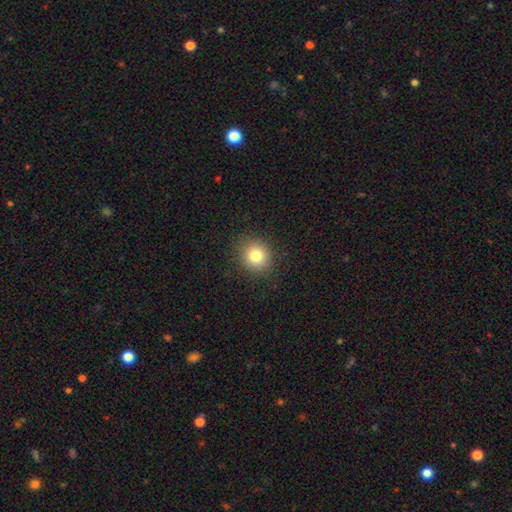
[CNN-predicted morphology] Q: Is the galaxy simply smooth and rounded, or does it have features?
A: smooth — 80%.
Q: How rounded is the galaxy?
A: round — 83%.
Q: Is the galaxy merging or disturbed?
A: none — 90%.